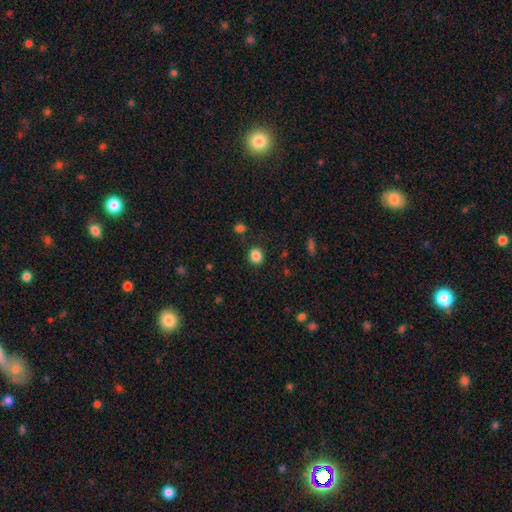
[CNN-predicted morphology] This is clearly a smooth galaxy (85%). How rounded: likely round (72%). Merging: clearly none (85%).